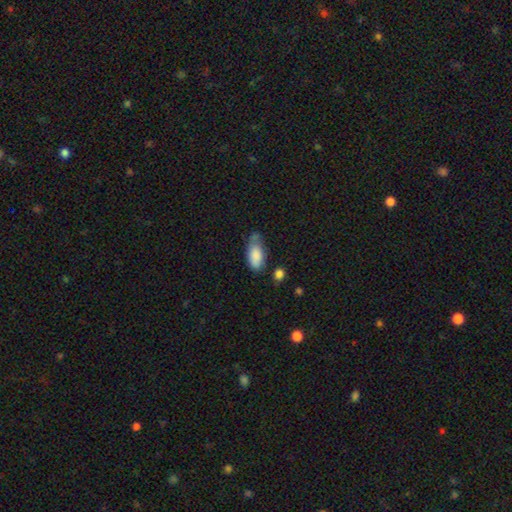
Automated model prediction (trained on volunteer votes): smooth_or_featured: smooth (p=0.84) [alt: featured or disk p=0.09]
how_rounded: in between (p=0.88) [alt: cigar-shaped p=0.09]
merging: none (p=0.47) [alt: minor disturbance p=0.35]